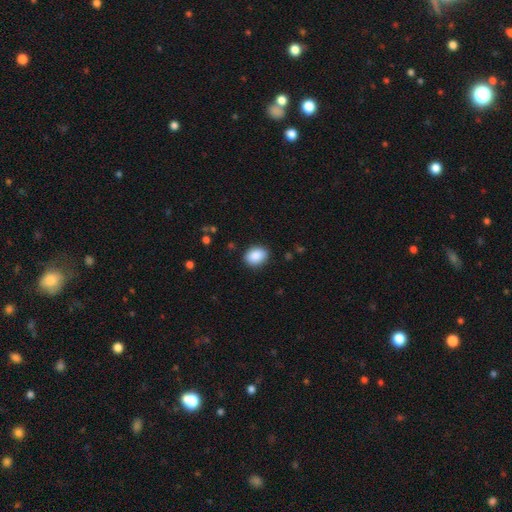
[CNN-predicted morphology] Smooth or featured: smooth — 89% (star or artifact — 7%)
How rounded: in between — 64% (round — 35%)
Merging: none — 88% (minor disturbance — 8%)